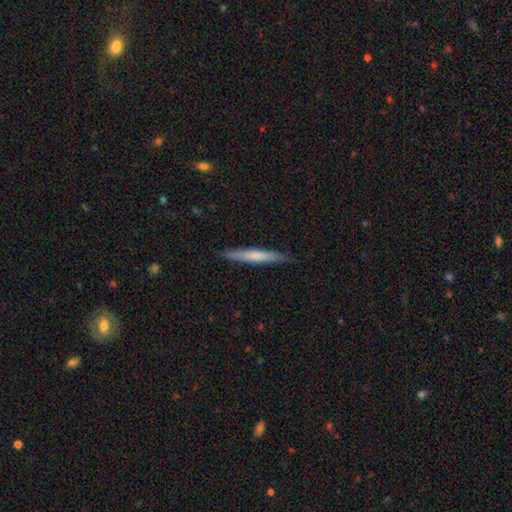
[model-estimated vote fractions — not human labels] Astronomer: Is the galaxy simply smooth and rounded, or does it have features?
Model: smooth — 62%.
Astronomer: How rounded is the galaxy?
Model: cigar-shaped — 95%.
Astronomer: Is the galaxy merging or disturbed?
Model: none — 89%.